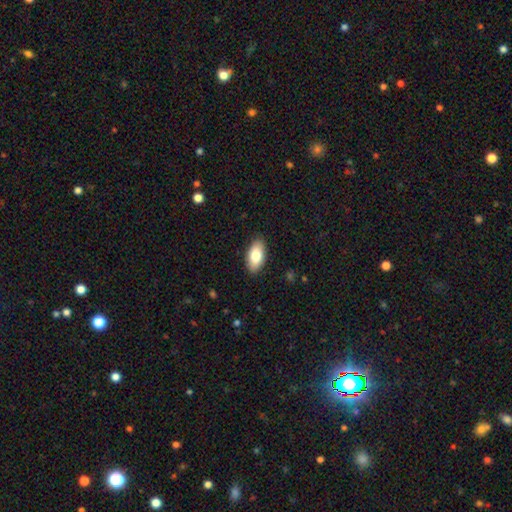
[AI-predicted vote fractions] Smooth or featured: smooth — 80% (featured or disk — 14%)
How rounded: in between — 93% (cigar-shaped — 5%)
Merging: none — 89% (minor disturbance — 8%)